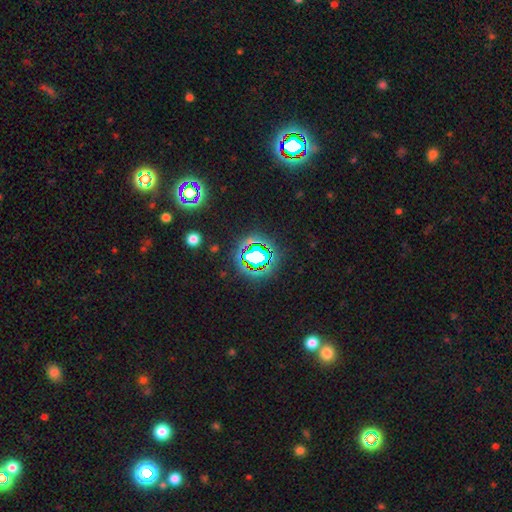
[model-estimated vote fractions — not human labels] A star or artifact, not a galaxy (65%).